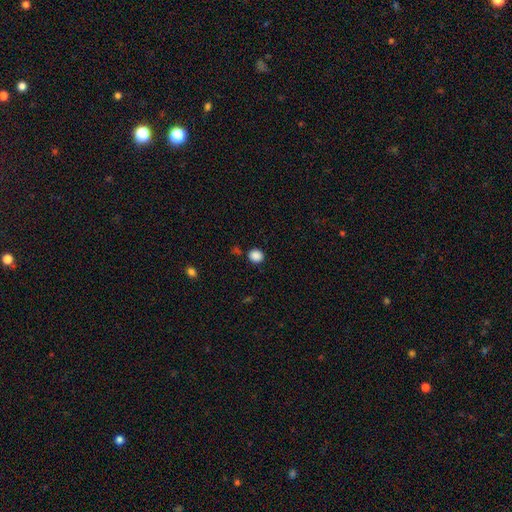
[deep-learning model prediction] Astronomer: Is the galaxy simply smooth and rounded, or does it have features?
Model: smooth — 87%.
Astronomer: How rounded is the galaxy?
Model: round — 84%.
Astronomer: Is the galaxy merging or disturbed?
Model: none — 85%.